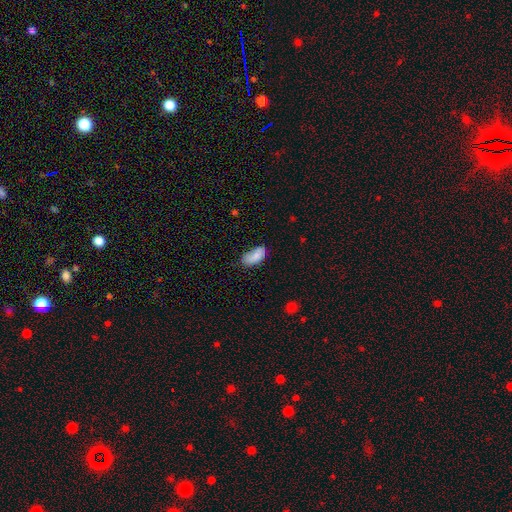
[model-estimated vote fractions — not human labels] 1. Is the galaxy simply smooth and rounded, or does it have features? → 83% smooth, 10% featured or disk, 8% star or artifact.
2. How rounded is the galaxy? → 93% in between, 4% cigar-shaped, 3% round.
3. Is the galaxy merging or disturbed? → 50% none, 35% minor disturbance, 11% major disturbance, 4% merger.